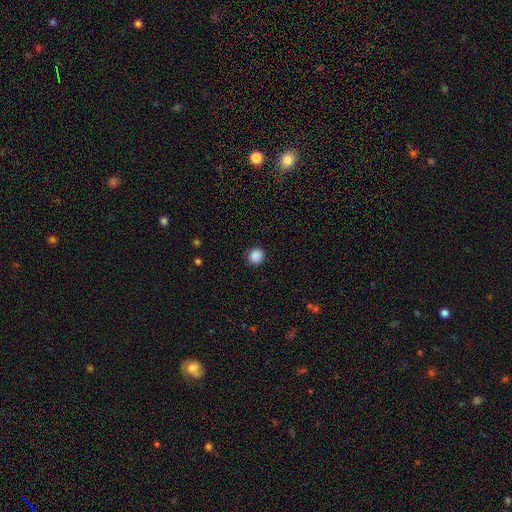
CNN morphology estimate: type=smooth (88%); roundness=round (91%); merging=none (91%).